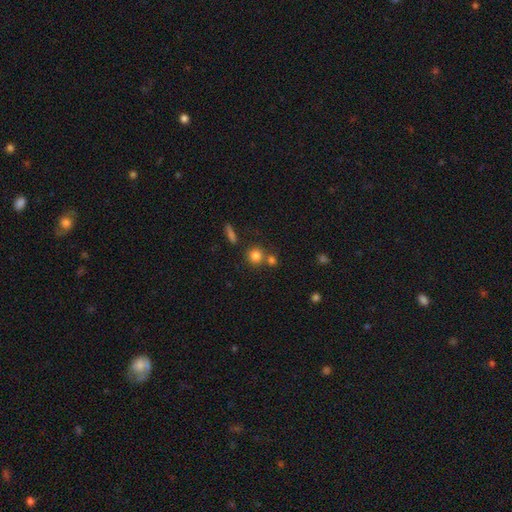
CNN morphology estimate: The model was most divided on "merging": none: 64%, merger: 26%, minor disturbance: 8%, major disturbance: 3%. More confident: how rounded — round (90%); smooth or featured — smooth (80%).